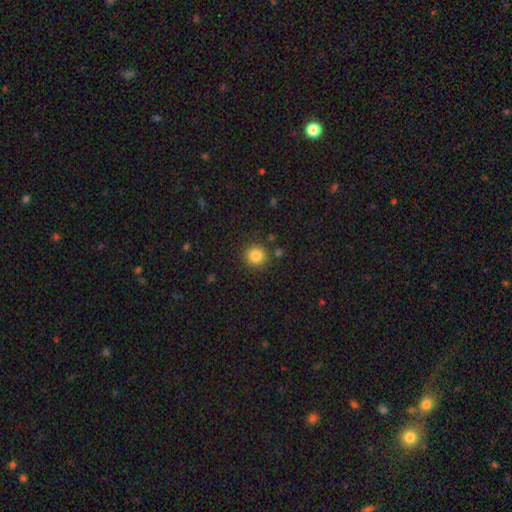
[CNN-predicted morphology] Smooth or featured? Predicted: smooth (p=0.84). How rounded? Predicted: round (p=0.92). Merging? Predicted: none (p=0.87).